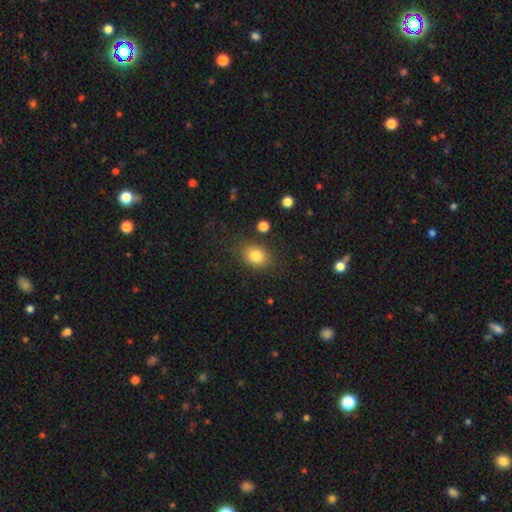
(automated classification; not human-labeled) smooth_or_featured: smooth (p=0.83) [alt: star or artifact p=0.10]
how_rounded: in between (p=0.62) [alt: round p=0.37]
merging: none (p=0.77) [alt: minor disturbance p=0.14]